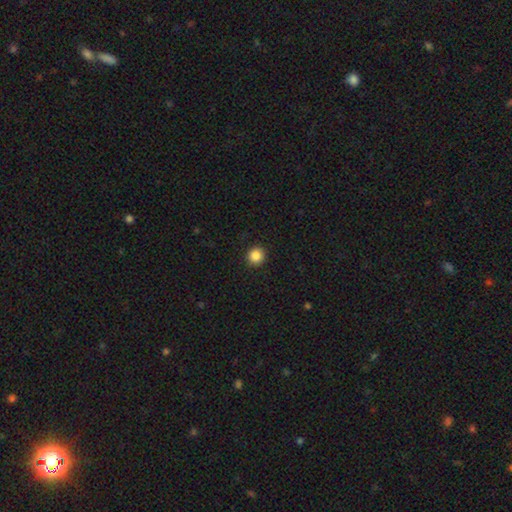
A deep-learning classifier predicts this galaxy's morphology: Q: Smooth or featured?
A: smooth (86%); runner-up: star or artifact (10%)
Q: How rounded?
A: round (94%); runner-up: in between (5%)
Q: Merging?
A: none (93%); runner-up: minor disturbance (5%)